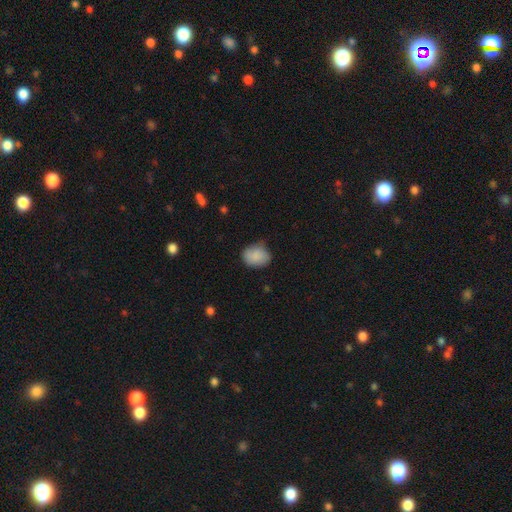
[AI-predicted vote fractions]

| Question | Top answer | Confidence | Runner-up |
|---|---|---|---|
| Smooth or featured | smooth | 85% | featured or disk (8%) |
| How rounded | in between | 52% | round (47%) |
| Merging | none | 61% | minor disturbance (31%) |